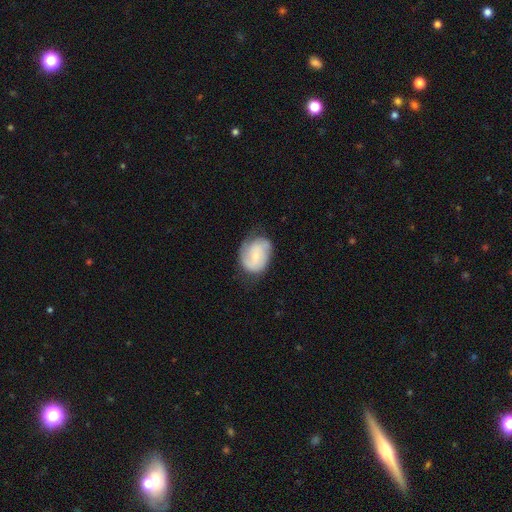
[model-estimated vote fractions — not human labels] Overall: featured or disk (61%; smooth 33%). Edge-on disk: no (97%). Bar: no (57%; weak 36%). Spiral arms: yes (89%). Spiral arm count: 2 (54%; can't tell 22%). Spiral winding: medium (43%; tight 37%). Bulge size: small (65%). Merging: none (61%; minor disturbance 27%).